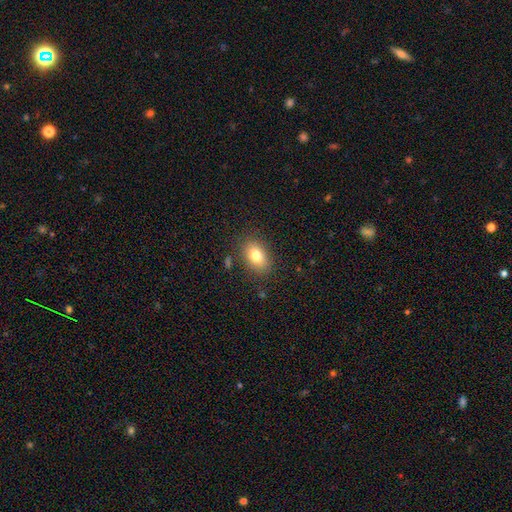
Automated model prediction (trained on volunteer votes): smooth-or-featured: smooth: 78% | featured or disk: 13% | star or artifact: 10%
  how-rounded: in between: 82% | round: 17% | cigar-shaped: 2%
  merging: none: 84% | minor disturbance: 11% | major disturbance: 4% | merger: 2%